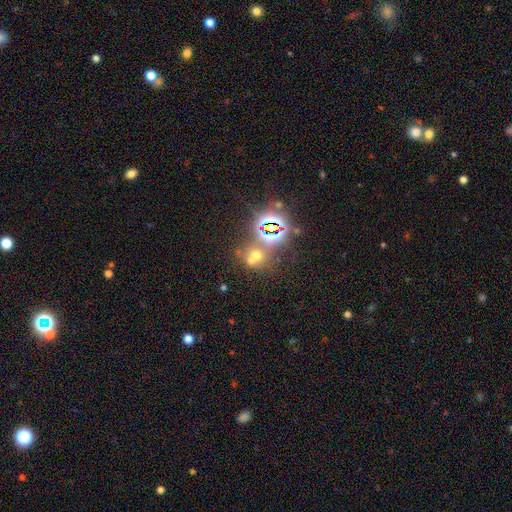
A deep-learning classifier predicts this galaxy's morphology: This appears to be a star or artifact, not a galaxy (48%).